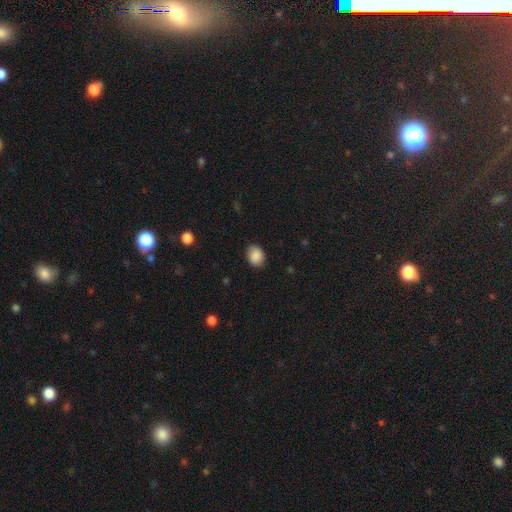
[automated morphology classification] smooth_or_featured: smooth (p=0.89) [alt: star or artifact p=0.08]
how_rounded: in between (p=0.60) [alt: round p=0.39]
merging: none (p=0.85) [alt: minor disturbance p=0.11]